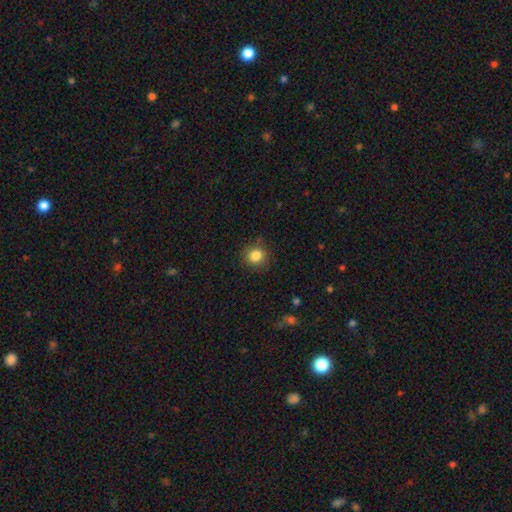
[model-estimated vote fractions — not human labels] A smooth galaxy with no disk features (84%) that is round (85%). Merging: none (86%).